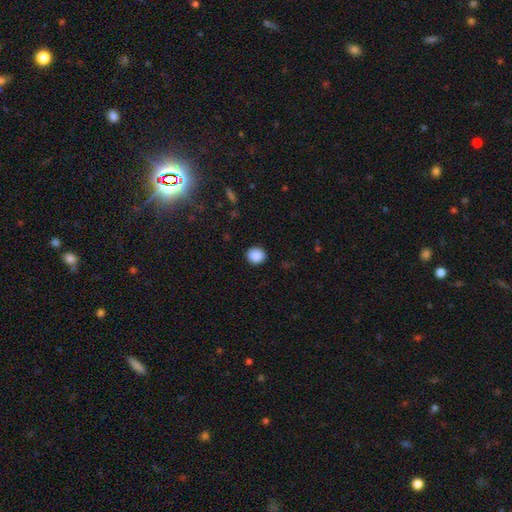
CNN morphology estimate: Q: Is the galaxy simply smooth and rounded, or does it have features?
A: smooth — 89%.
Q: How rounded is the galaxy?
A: round — 81%.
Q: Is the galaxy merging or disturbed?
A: none — 91%.